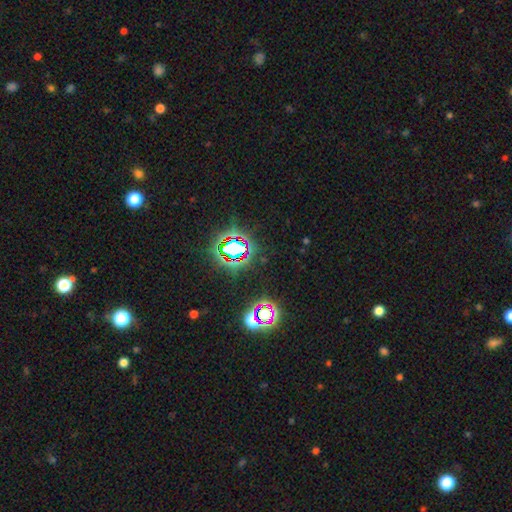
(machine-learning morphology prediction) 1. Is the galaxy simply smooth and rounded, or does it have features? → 79% star or artifact, 13% smooth, 8% featured or disk.